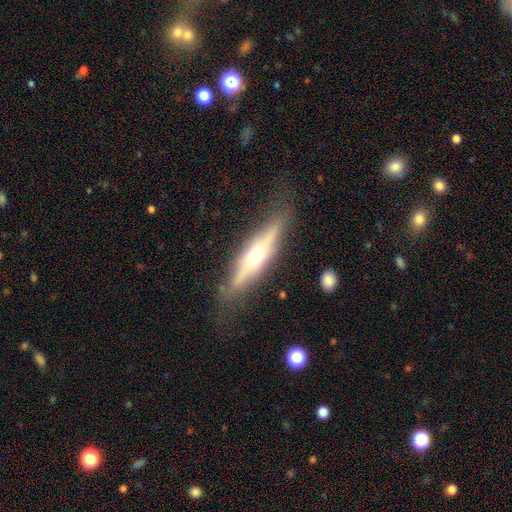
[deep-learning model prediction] featured or disk 65%, smooth 29%, star or artifact 6%. Down the decision tree: edge-on disk — yes (87%); edge-on bulge — rounded (86%); merging — none (75%).